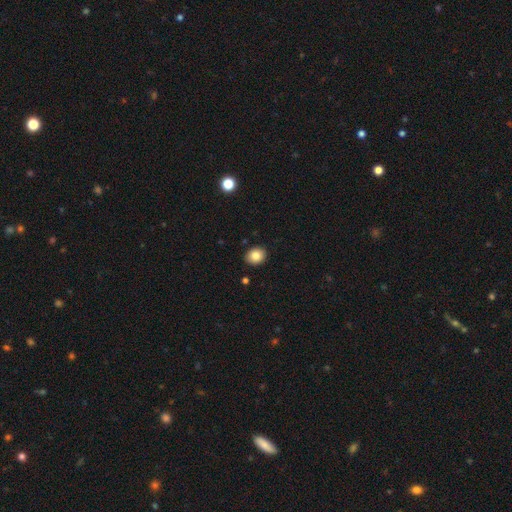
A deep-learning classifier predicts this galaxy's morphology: Q: Smooth or featured?
A: smooth (85%); runner-up: star or artifact (9%)
Q: How rounded?
A: round (59%); runner-up: in between (40%)
Q: Merging?
A: none (90%); runner-up: minor disturbance (7%)